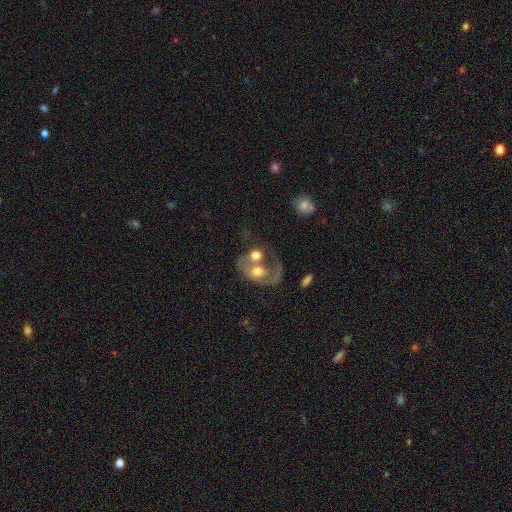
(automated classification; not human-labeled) Smooth or featured? featured or disk (49%)
Merging? merger (65%)